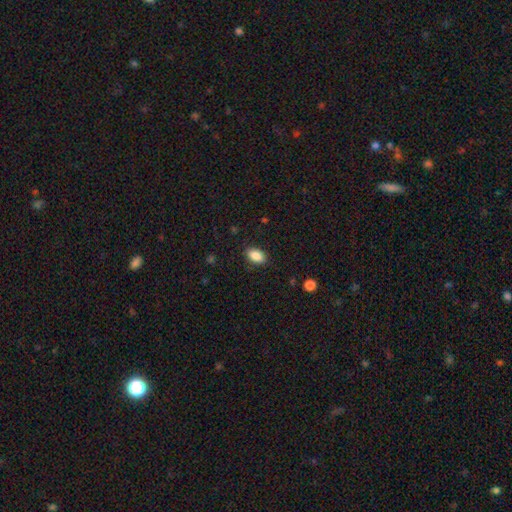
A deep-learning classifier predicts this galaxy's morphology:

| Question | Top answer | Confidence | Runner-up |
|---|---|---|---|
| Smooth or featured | smooth | 88% | star or artifact (8%) |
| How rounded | in between | 91% | round (7%) |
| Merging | none | 87% | minor disturbance (10%) |